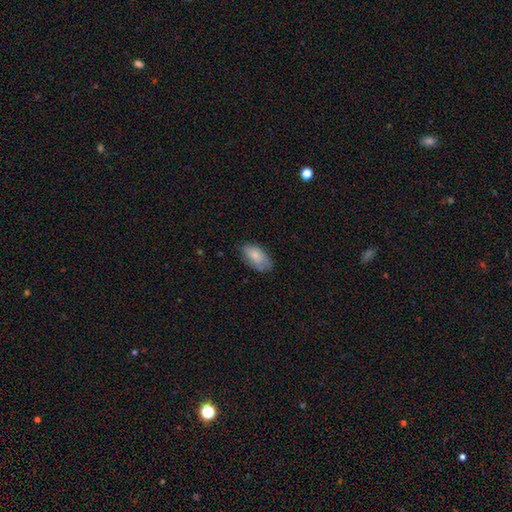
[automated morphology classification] Smooth or featured? smooth (73%)
How rounded? in between (93%)
Merging? none (65%)